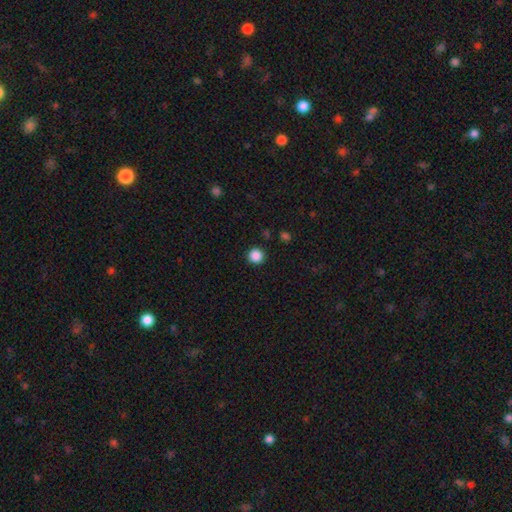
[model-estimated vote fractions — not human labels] Smooth or featured? smooth (87%)
How rounded? round (95%)
Merging? none (92%)